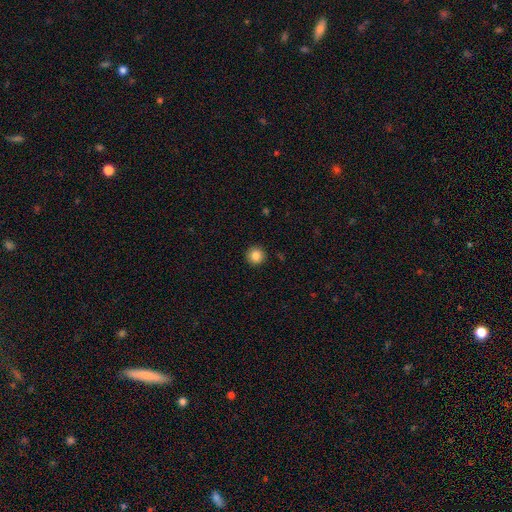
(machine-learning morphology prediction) Overall: smooth (85%). How rounded: round (95%). Merging: none (92%).